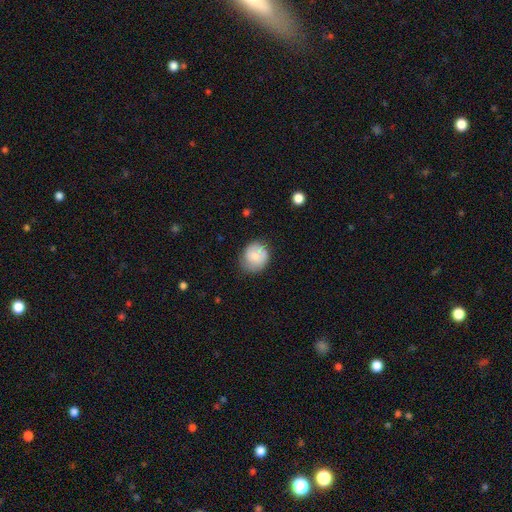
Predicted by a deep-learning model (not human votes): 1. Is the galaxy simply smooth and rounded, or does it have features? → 70% smooth, 22% featured or disk, 7% star or artifact.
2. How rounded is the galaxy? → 82% round, 17% in between, 1% cigar-shaped.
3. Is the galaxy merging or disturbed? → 67% none, 25% minor disturbance, 6% major disturbance, 2% merger.